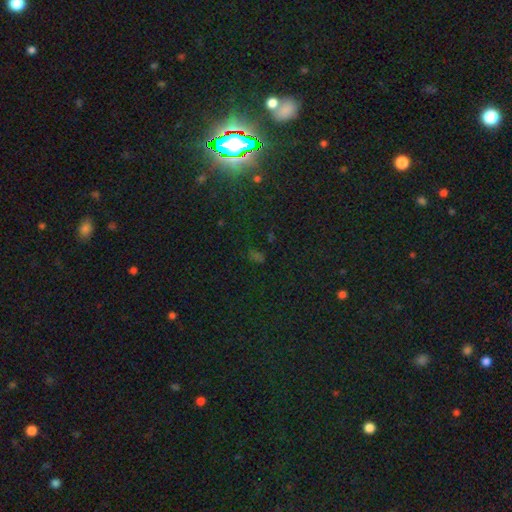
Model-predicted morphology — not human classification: Smooth or featured? star or artifact (69%)